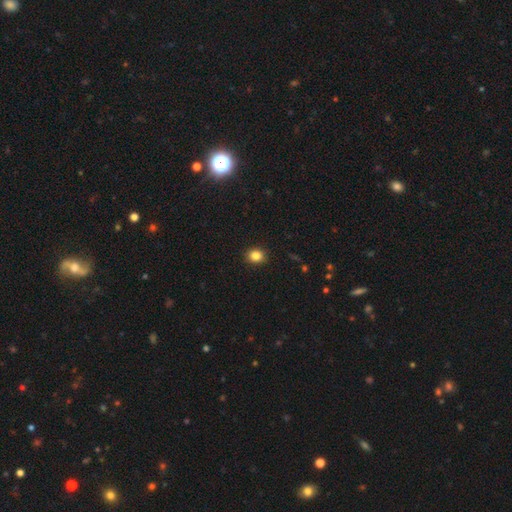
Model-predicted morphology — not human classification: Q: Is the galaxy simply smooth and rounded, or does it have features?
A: smooth — 85%.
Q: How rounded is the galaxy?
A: round — 64%.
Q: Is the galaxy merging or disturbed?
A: none — 91%.